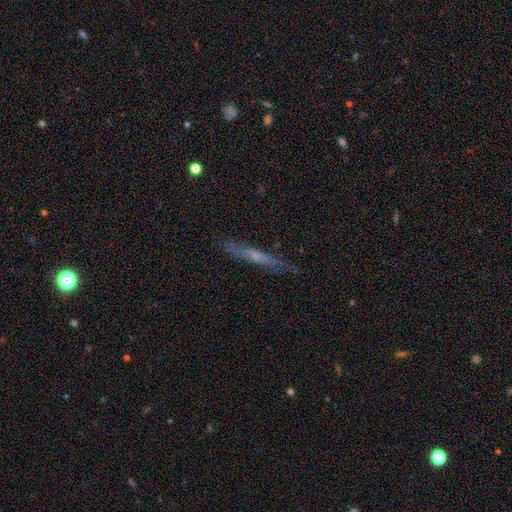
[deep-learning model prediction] A featured or disk galaxy (54%) viewed edge-on (88%).

Vote fractions:
- Smooth or featured? featured or disk: 54% / smooth: 38% / star or artifact: 8%
- Edge-on disk? yes: 88% / no: 12%
- Merging? none: 82% / minor disturbance: 13% / major disturbance: 3% / merger: 2%